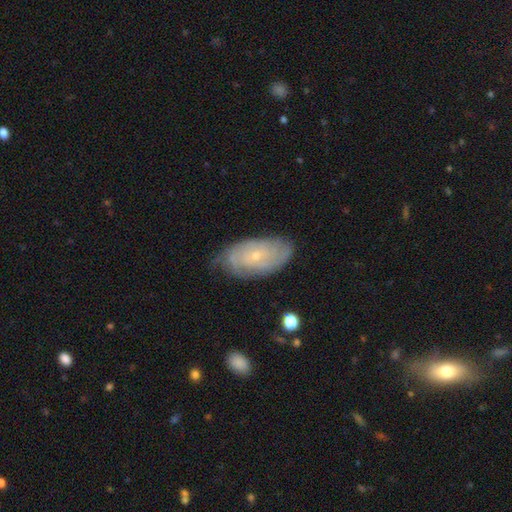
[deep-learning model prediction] A featured or disk galaxy (70%) with no bar (75%), tight (69%) spiral arms (86%) and a small central bulge (82%).

Vote fractions:
- Smooth or featured? featured or disk: 70% / smooth: 23% / star or artifact: 7%
- Edge-on disk? no: 94% / yes: 6%
- Bar? no: 75% / weak: 21% / strong: 4%
- Spiral arms? yes: 86% / no: 14%
- Spiral winding? tight: 69% / medium: 24% / loose: 7%
- Spiral arm count? can't tell: 51% / 2: 22% / 3: 11% / 4: 8% / more than 4: 4% / 1: 4%
- Bulge size? small: 82% / moderate: 15% / none: 2% / large: 1% / dominant: 1%
- Merging? none: 73% / minor disturbance: 21% / major disturbance: 5% / merger: 1%